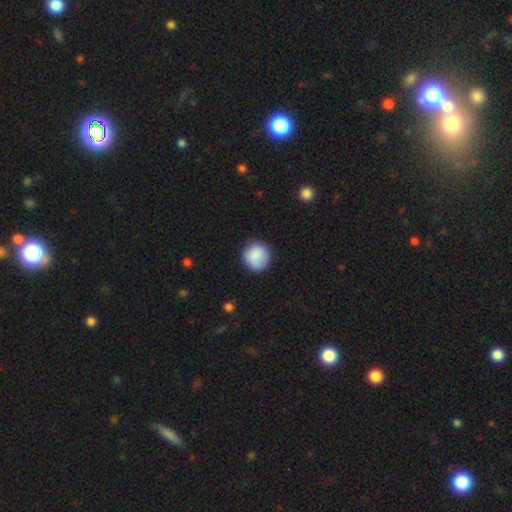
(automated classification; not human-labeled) Smooth or featured: smooth — 88% (star or artifact — 7%)
How rounded: round — 92% (in between — 7%)
Merging: none — 87% (minor disturbance — 9%)